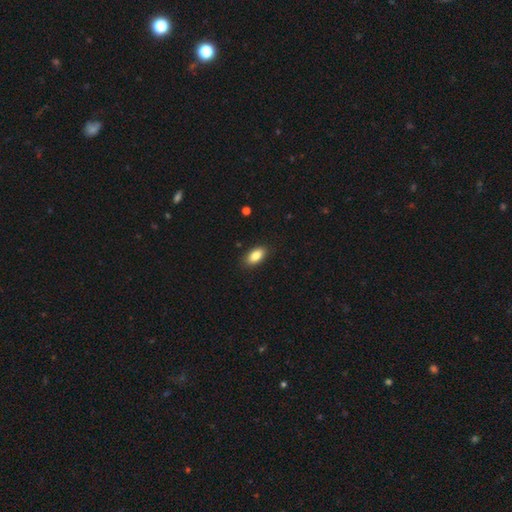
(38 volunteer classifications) Volunteers were most divided on "smooth or featured": smooth: 87%, featured or disk: 8%, star or artifact: 5%. More confident: how rounded — in between (94%); merging — none (89%).